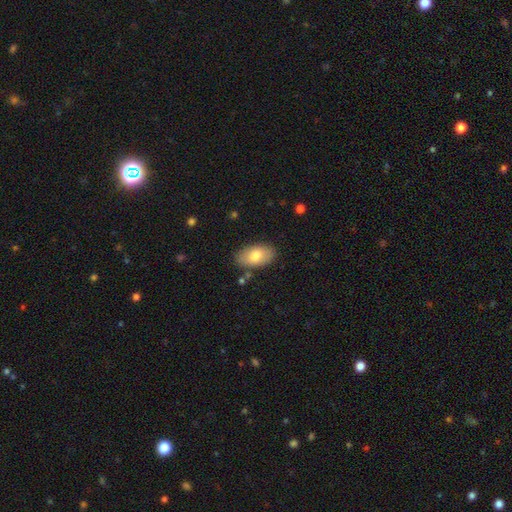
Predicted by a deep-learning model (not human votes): The model was most divided on "smooth or featured": smooth: 77%, featured or disk: 17%, star or artifact: 6%. More confident: how rounded — in between (94%); merging — none (84%).